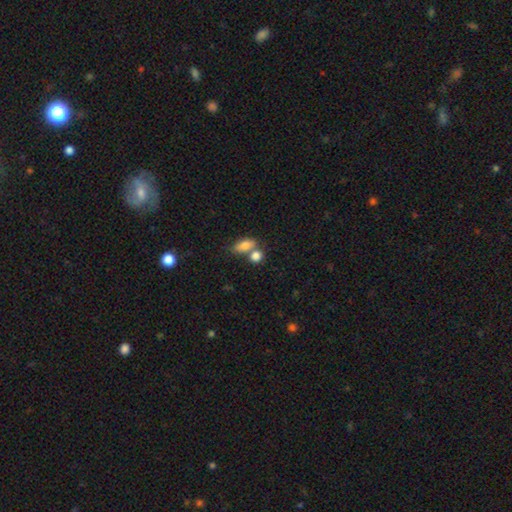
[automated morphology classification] Smooth or featured?
  - smooth: 83% *
  - star or artifact: 9%
  - featured or disk: 8%
How rounded?
  - in between: 51% *
  - round: 45%
  - cigar-shaped: 4%
Merging?
  - none: 43% * (tied)
  - merger: 43% * (tied)
  - minor disturbance: 10%
  - major disturbance: 4%